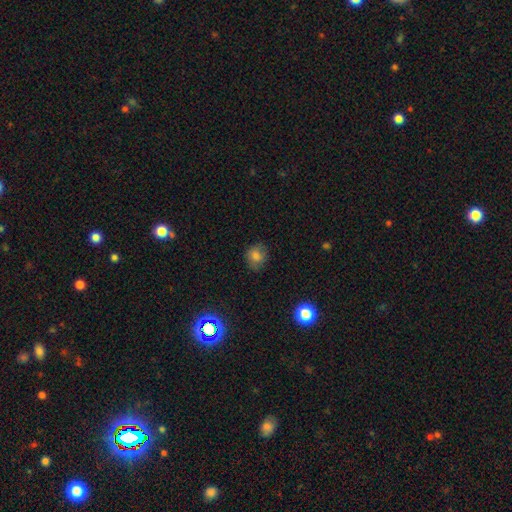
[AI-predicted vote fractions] Smooth or featured? Predicted: smooth (p=0.78). How rounded? Predicted: round (p=0.75). Merging? Predicted: none (p=0.78).